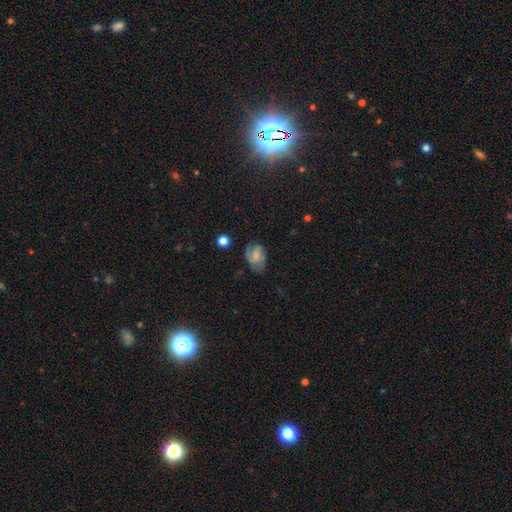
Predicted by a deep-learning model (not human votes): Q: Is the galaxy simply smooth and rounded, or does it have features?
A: featured or disk — 52%.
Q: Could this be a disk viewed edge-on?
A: no — 97%.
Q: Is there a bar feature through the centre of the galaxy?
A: no — 47%.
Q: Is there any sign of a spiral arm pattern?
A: yes — 85%.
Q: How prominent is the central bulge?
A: small — 39%.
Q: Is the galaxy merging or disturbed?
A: none — 58%.